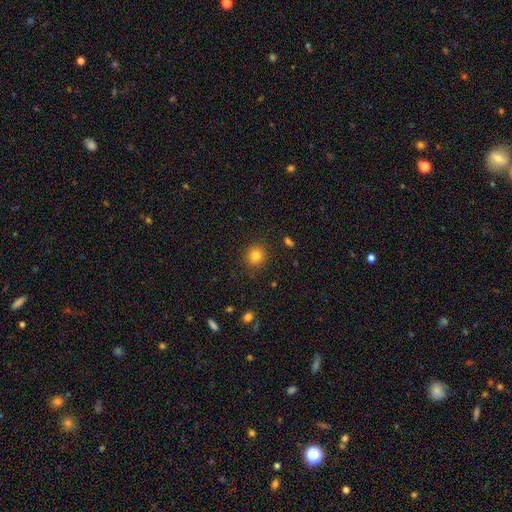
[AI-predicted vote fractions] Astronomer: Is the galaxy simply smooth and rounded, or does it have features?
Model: smooth — 82%.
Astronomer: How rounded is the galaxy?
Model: round — 89%.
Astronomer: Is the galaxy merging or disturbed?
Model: none — 89%.